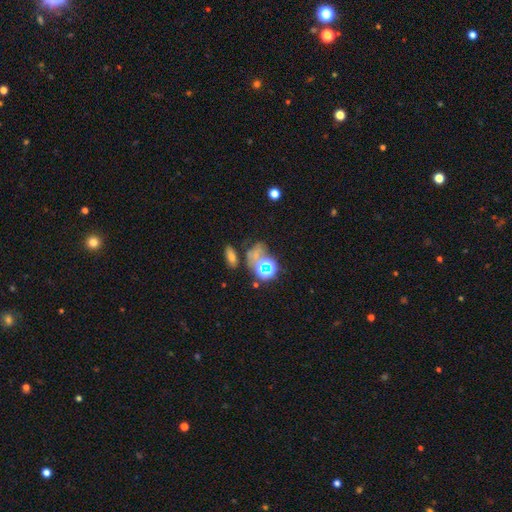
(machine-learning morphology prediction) This is possibly a star or artifact rather than a galaxy (46%).